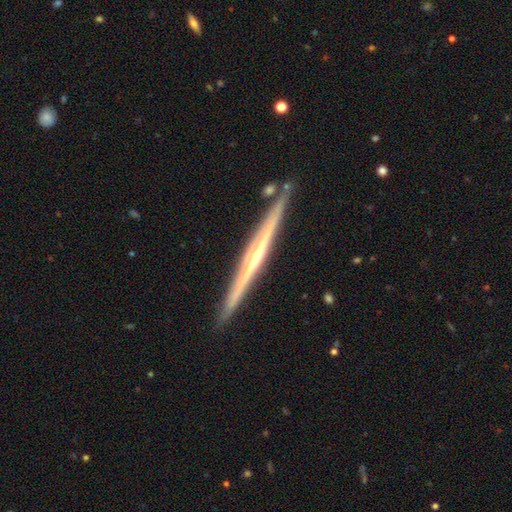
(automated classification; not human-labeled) Smooth or featured? Predicted: featured or disk (p=0.82). Edge-on disk? Predicted: yes (p=0.98). Edge-on bulge? Predicted: rounded (p=0.58). Merging? Predicted: none (p=0.89).